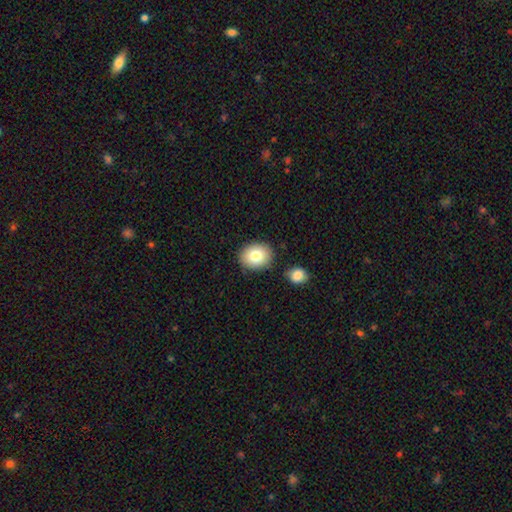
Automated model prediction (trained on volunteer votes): Smooth or featured?
  - smooth: 80% *
  - featured or disk: 11%
  - star or artifact: 9%
How rounded?
  - round: 59% *
  - in between: 40%
  - cigar-shaped: 1%
Merging?
  - none: 82% *
  - minor disturbance: 9%
  - merger: 6%
  - major disturbance: 2%